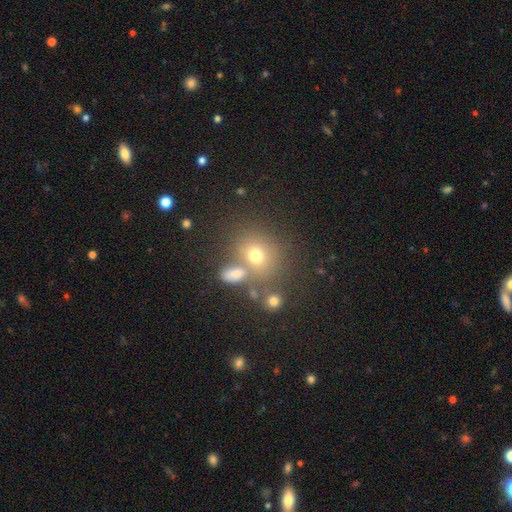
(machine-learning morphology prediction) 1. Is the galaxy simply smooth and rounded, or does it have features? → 67% smooth, 18% star or artifact, 14% featured or disk.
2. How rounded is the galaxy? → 69% round, 30% in between, 1% cigar-shaped.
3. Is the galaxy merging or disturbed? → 58% none, 24% merger, 12% minor disturbance, 6% major disturbance.